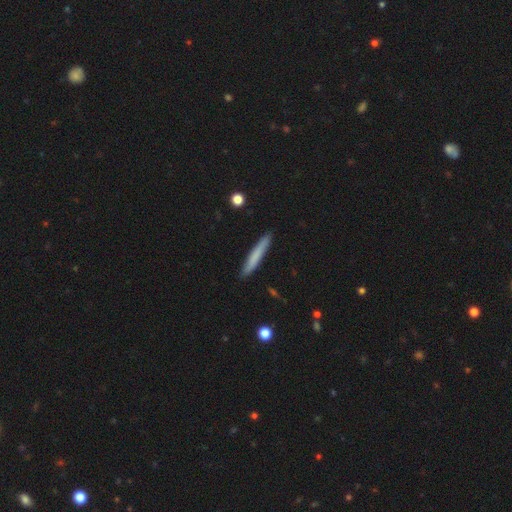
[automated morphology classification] smooth 71%, featured or disk 23%, star or artifact 6%. Down the decision tree: how rounded — cigar-shaped (96%); merging — none (89%).